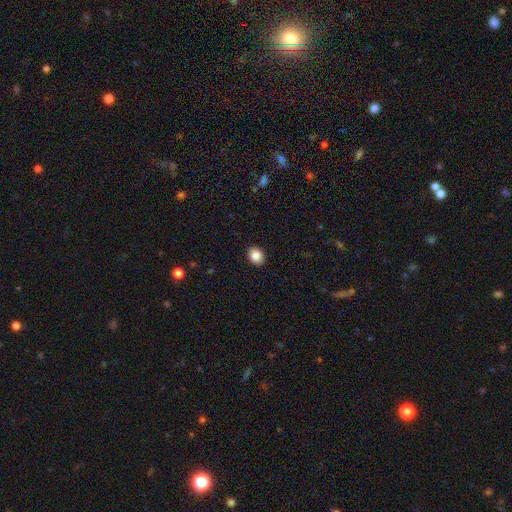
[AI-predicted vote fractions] Smooth or featured? smooth (86%)
How rounded? in between (54%)
Merging? none (91%)